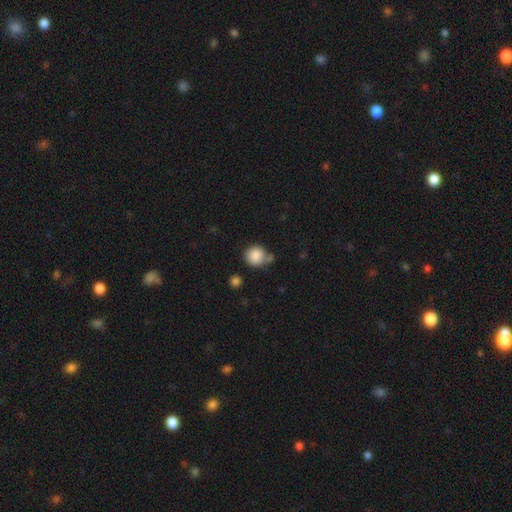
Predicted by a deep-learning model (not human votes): Smooth or featured? smooth (85%)
How rounded? round (85%)
Merging? none (56%)